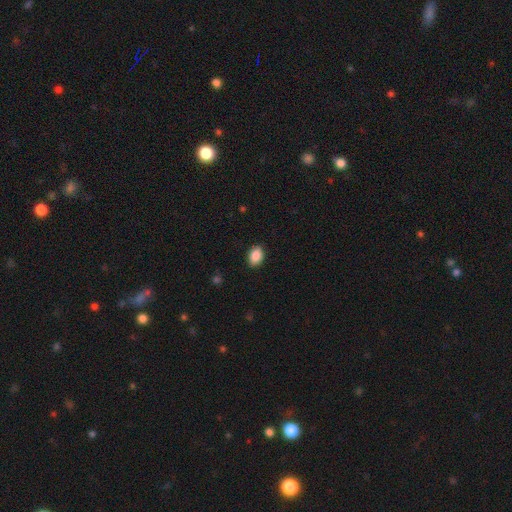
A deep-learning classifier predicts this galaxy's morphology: Smooth or featured?
  - smooth: 89% *
  - star or artifact: 7%
  - featured or disk: 4%
How rounded?
  - in between: 84% *
  - round: 15%
  - cigar-shaped: 1%
Merging?
  - none: 89% *
  - minor disturbance: 8%
  - major disturbance: 2%
  - merger: 1%